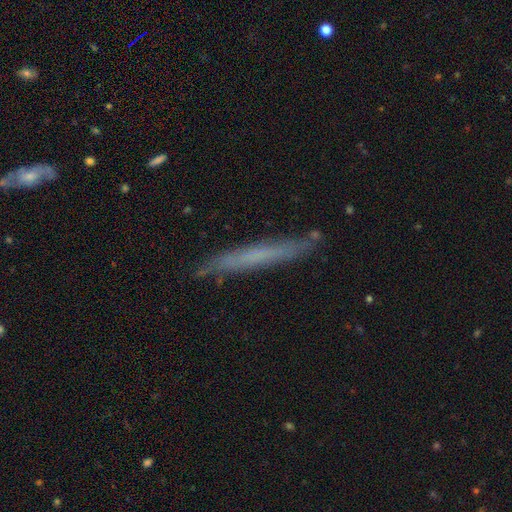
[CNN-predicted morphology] A smooth galaxy with no disk features (47%).

Vote fractions:
- Smooth or featured? smooth: 47% / featured or disk: 45% / star or artifact: 8%
- Merging? none: 84% / minor disturbance: 12% / major disturbance: 2% / merger: 2%